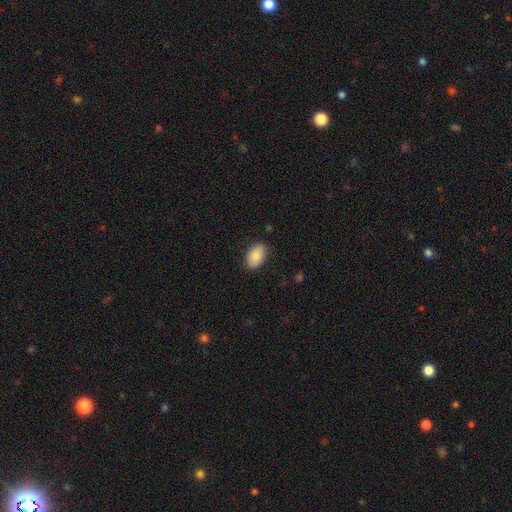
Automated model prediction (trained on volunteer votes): smooth-or-featured: smooth: 82% | featured or disk: 11% | star or artifact: 7%
  how-rounded: in between: 91% | round: 8% | cigar-shaped: 1%
  merging: none: 85% | minor disturbance: 12% | major disturbance: 2% | merger: 1%